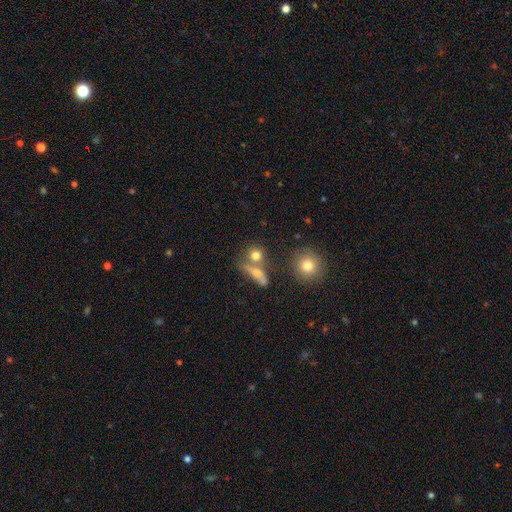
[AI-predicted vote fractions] This is likely a smooth galaxy (72%). How rounded: likely round (74%). Merging: possibly none (55%).